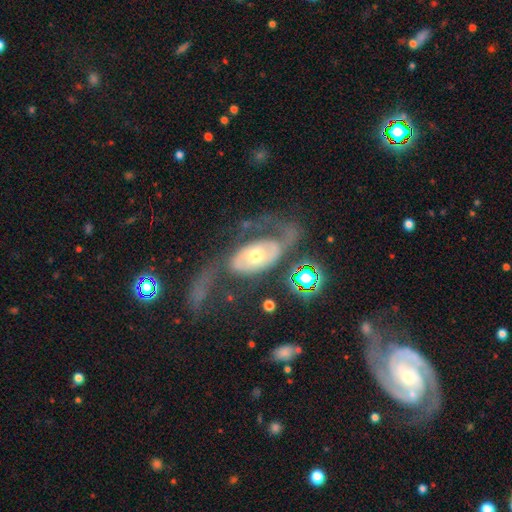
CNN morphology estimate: featured or disk 73%, smooth 19%, star or artifact 7%. Down the decision tree: edge-on disk — no (91%); bar — no (72%); spiral arms — yes (62%); bulge size — moderate (62%); merging — none (40%).